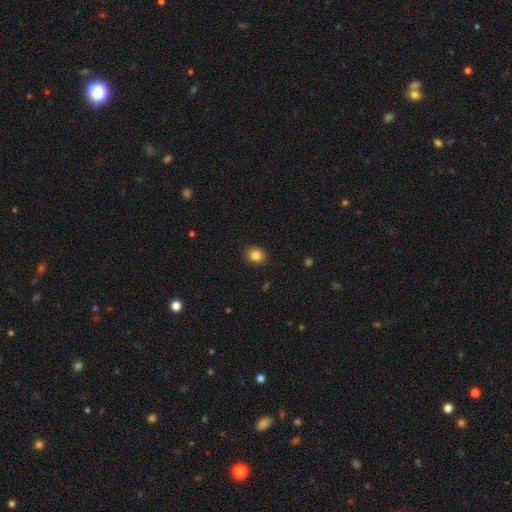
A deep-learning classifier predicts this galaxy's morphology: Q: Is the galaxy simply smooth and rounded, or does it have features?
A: smooth — 84%.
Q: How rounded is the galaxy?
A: round — 76%.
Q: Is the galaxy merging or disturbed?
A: none — 91%.